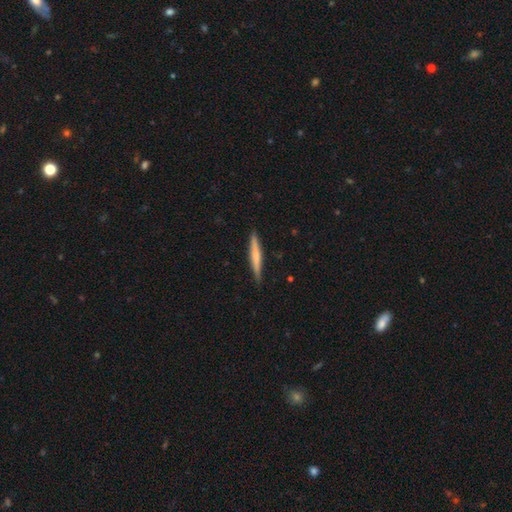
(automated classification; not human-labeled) Smooth or featured? smooth (55%)
How rounded? cigar-shaped (95%)
Merging? none (90%)